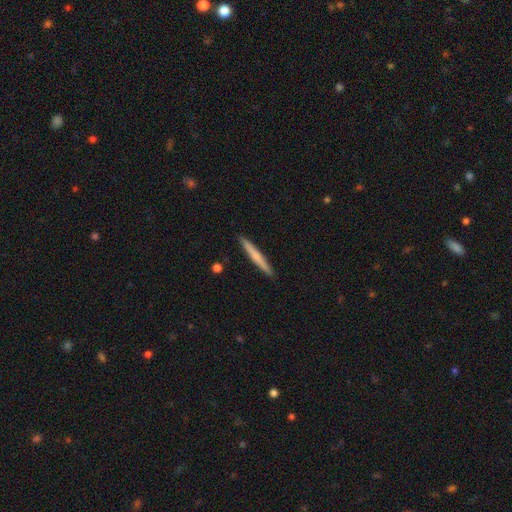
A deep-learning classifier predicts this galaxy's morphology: smooth-or-featured: smooth: 62% | featured or disk: 33% | star or artifact: 5%
  how-rounded: cigar-shaped: 96% | in between: 2% | round: 1%
  merging: none: 92% | minor disturbance: 5% | major disturbance: 1% | merger: 1%